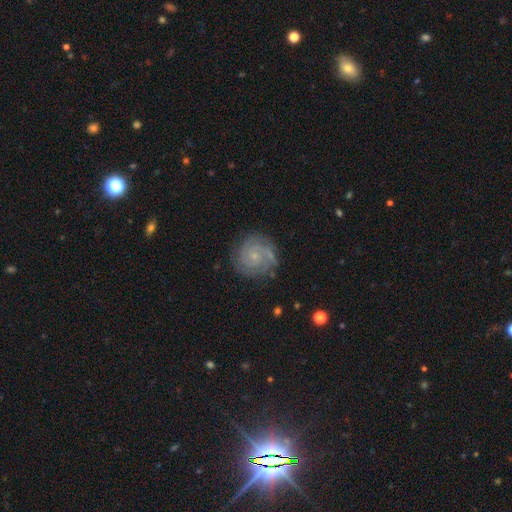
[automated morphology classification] Smooth or featured? featured or disk (82%)
Edge-on disk? no (98%)
Bar? no (70%)
Spiral arms? yes (96%)
Spiral winding? tight (71%)
Spiral arm count? 2 (45%)
Bulge size? small (72%)
Merging? none (80%)